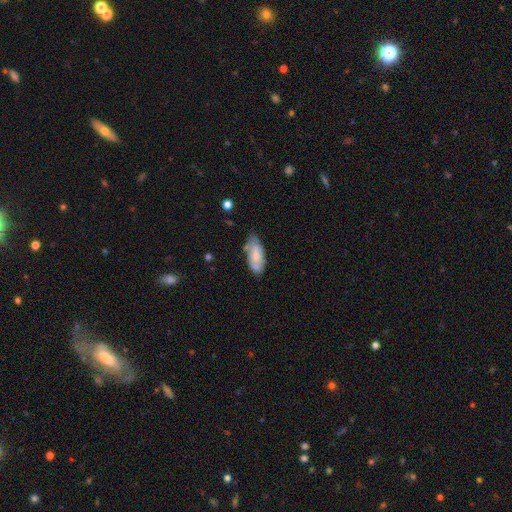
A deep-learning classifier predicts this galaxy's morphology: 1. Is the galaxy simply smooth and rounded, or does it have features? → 64% smooth, 29% featured or disk, 7% star or artifact.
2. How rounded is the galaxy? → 84% in between, 14% cigar-shaped, 2% round.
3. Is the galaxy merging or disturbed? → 56% none, 31% minor disturbance, 8% major disturbance, 5% merger.